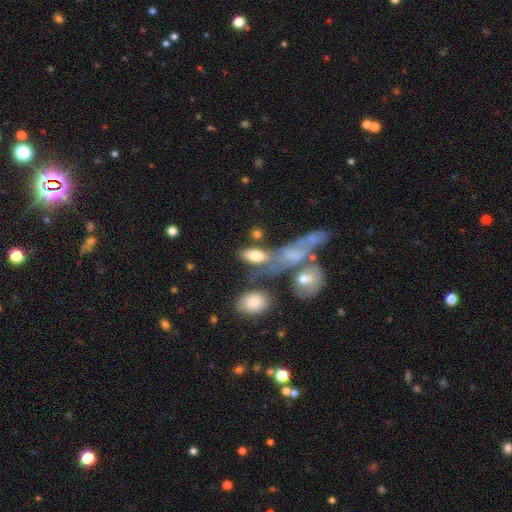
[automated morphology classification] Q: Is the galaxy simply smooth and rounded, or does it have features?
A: smooth — 73%.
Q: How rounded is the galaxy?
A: in between — 84%.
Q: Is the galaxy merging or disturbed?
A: none — 43%.